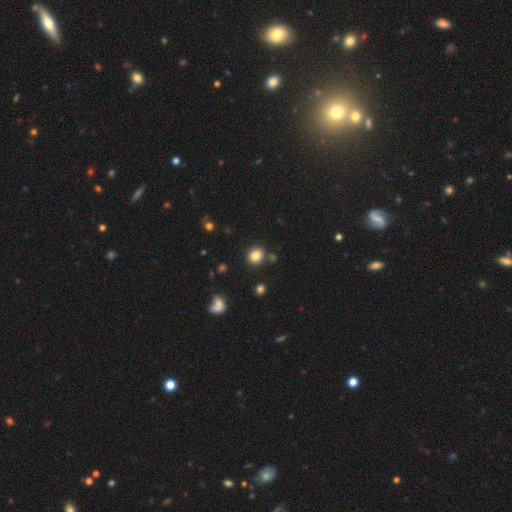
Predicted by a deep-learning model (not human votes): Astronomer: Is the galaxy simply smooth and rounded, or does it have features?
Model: smooth — 83%.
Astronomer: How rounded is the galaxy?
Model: round — 80%.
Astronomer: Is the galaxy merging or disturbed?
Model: none — 83%.